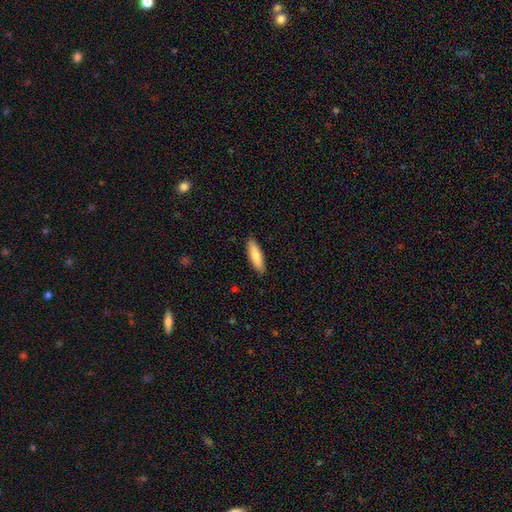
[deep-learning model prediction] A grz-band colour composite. It shows a smooth galaxy with no disk features (81%) that is cigar-shaped (57%). Merging: none (89%).